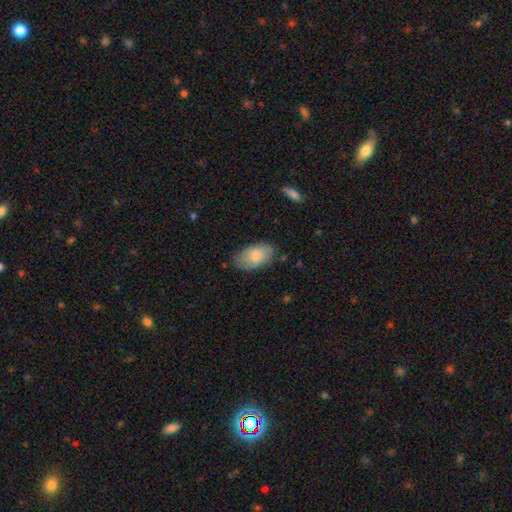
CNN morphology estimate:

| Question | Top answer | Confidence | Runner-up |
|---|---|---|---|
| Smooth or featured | smooth | 82% | featured or disk (12%) |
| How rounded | in between | 95% | round (3%) |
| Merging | none | 77% | minor disturbance (18%) |